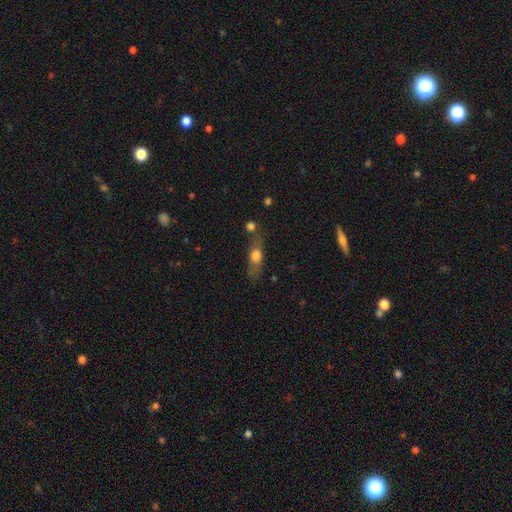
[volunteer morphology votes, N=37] This appears to be a smooth galaxy with no disk features (68%) that is in between round and cigar-shaped (56%). Merging: none (28%).